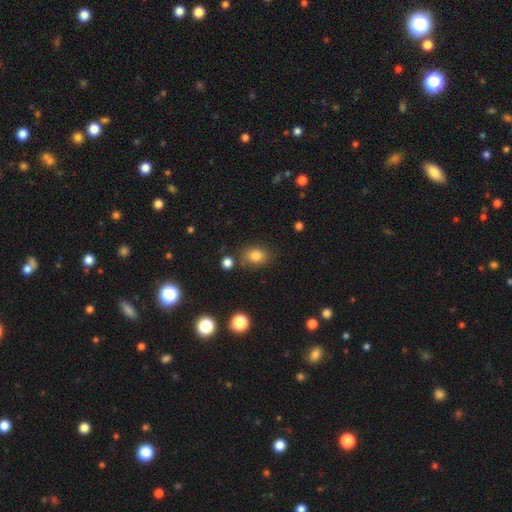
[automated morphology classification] The model was most divided on "how rounded": in between: 61%, round: 37%, cigar-shaped: 1%. More confident: smooth or featured — smooth (80%); merging — none (73%).